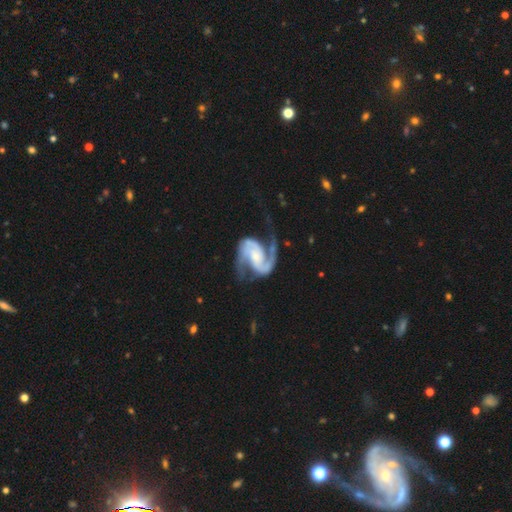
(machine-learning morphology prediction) Q: Smooth or featured?
A: featured or disk (93%); runner-up: star or artifact (4%)
Q: Edge-on disk?
A: no (98%); runner-up: yes (2%)
Q: Bar?
A: no (47%); runner-up: weak (35%)
Q: Spiral arms?
A: yes (98%); runner-up: no (2%)
Q: Spiral winding?
A: medium (57%); runner-up: loose (22%)
Q: Spiral arm count?
A: 2 (93%); runner-up: 1 (2%)
Q: Bulge size?
A: small (41%); runner-up: moderate (34%)
Q: Merging?
A: none (62%); runner-up: minor disturbance (18%)